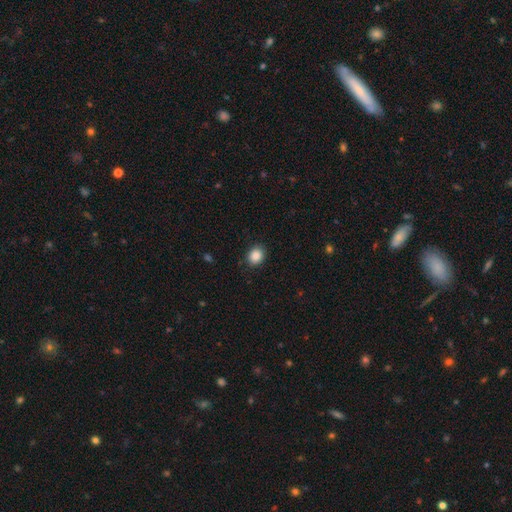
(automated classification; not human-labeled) smooth_or_featured: smooth (p=0.88) [alt: star or artifact p=0.09]
how_rounded: round (p=0.64) [alt: in between p=0.35]
merging: none (p=0.89) [alt: minor disturbance p=0.08]